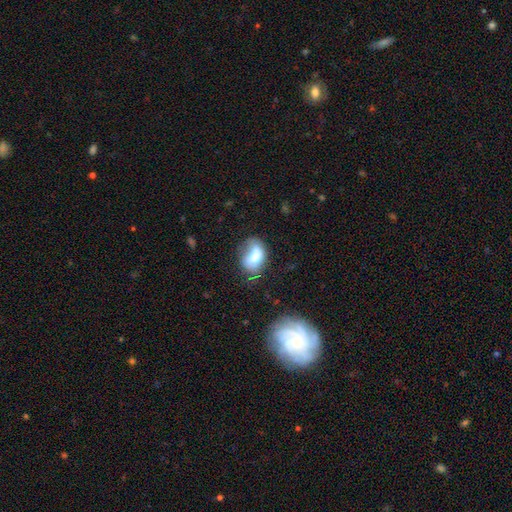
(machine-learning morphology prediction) smooth 70%, featured or disk 20%, star or artifact 10%. Down the decision tree: how rounded — in between (81%); merging — none (37%).